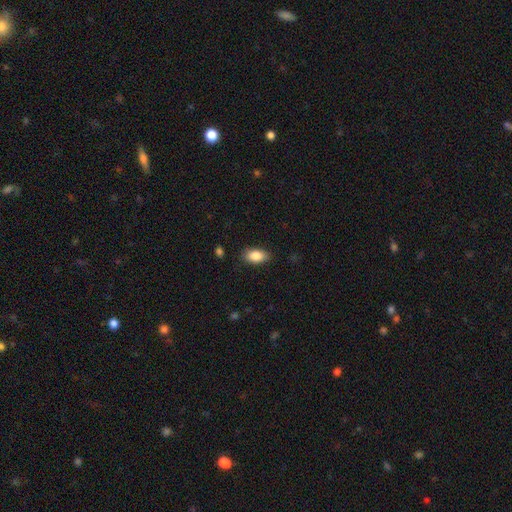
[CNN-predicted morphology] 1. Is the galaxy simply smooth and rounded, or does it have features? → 86% smooth, 7% star or artifact, 7% featured or disk.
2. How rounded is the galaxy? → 91% in between, 5% round, 4% cigar-shaped.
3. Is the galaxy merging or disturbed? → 83% none, 13% minor disturbance, 3% major disturbance, 1% merger.